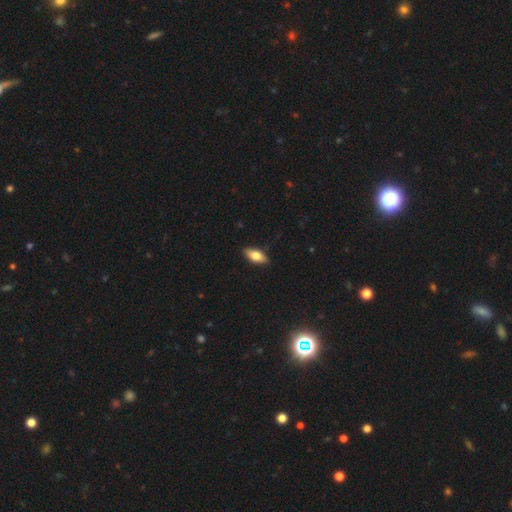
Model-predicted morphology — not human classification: type=smooth (71%); roundness=in between (82%); merging=none (88%).